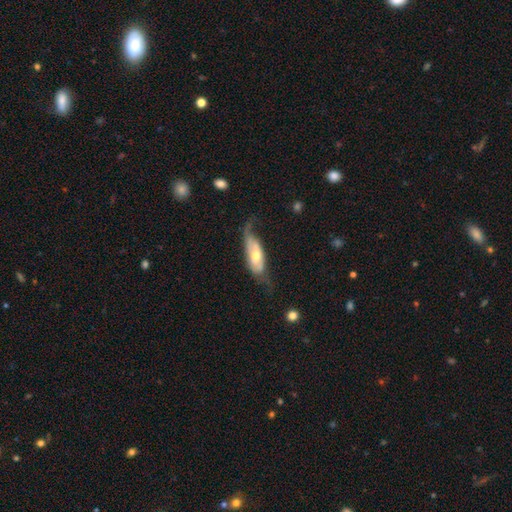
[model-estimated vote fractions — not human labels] smooth-or-featured: featured or disk: 57% | smooth: 37% | star or artifact: 6%
  disk-edge-on: no: 75% | yes: 25%
  merging: none: 39% | minor disturbance: 30% | major disturbance: 28% | merger: 3%